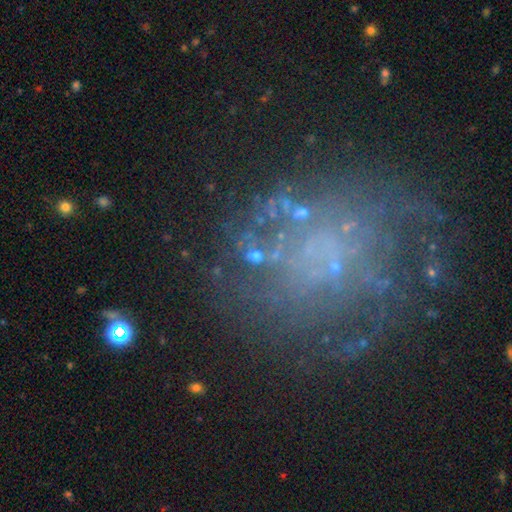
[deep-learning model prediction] Overall: star or artifact (41%; featured or disk 30%).